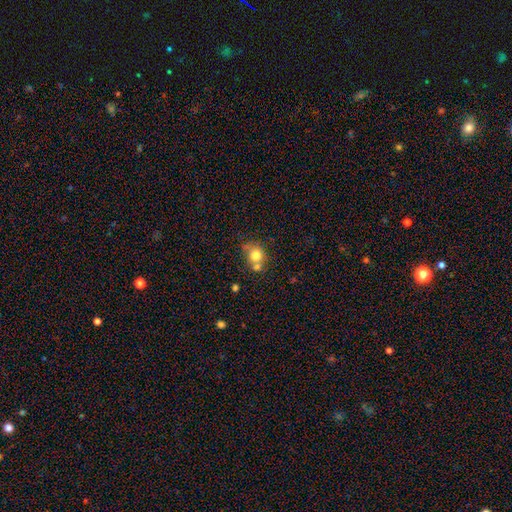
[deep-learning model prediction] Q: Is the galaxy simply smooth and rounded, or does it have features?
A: smooth — 75%.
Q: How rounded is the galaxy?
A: round — 76%.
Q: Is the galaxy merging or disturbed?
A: none — 47%.